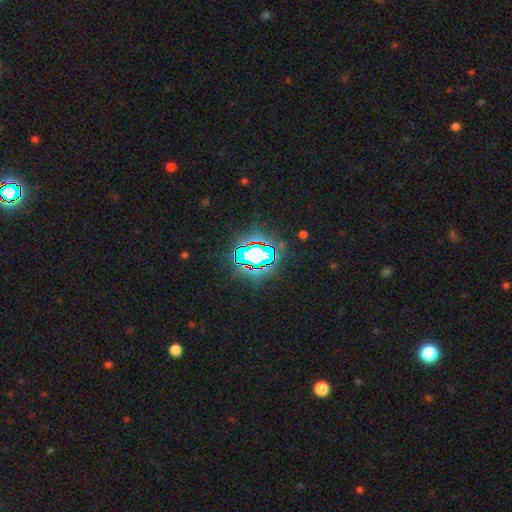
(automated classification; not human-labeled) Q: Smooth or featured?
A: star or artifact (73%); runner-up: smooth (15%)